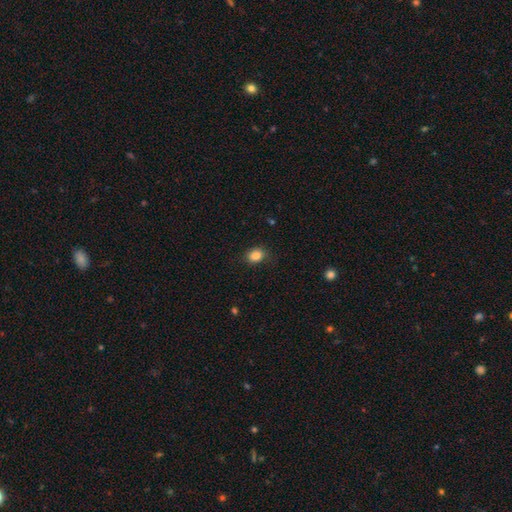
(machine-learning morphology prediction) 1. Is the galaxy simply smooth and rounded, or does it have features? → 86% smooth, 10% star or artifact, 4% featured or disk.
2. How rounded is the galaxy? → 52% in between, 47% round, 1% cigar-shaped.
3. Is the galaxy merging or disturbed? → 81% none, 14% minor disturbance, 4% major disturbance, 1% merger.